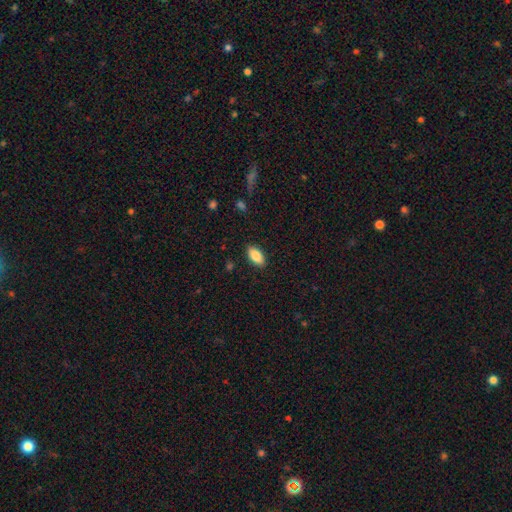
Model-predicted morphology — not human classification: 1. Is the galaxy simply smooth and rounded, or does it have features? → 86% smooth, 7% featured or disk, 7% star or artifact.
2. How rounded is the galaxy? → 91% in between, 6% cigar-shaped, 3% round.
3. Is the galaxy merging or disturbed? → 89% none, 8% minor disturbance, 2% major disturbance, 1% merger.